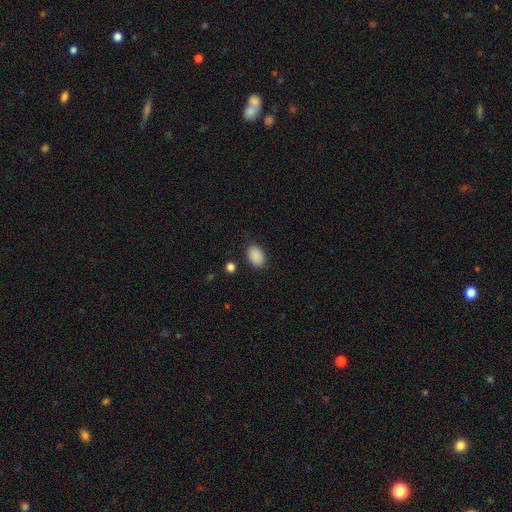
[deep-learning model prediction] smooth-or-featured: smooth: 89% | star or artifact: 8% | featured or disk: 3%
  how-rounded: in between: 80% | round: 19% | cigar-shaped: 1%
  merging: none: 84% | minor disturbance: 11% | major disturbance: 3% | merger: 2%